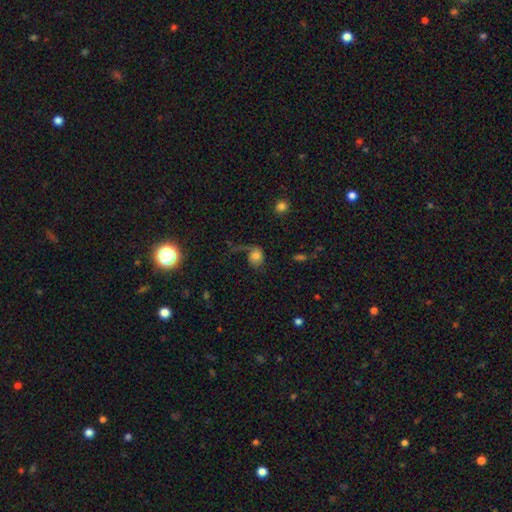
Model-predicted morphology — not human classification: smooth-or-featured: smooth: 60% | featured or disk: 29% | star or artifact: 10%
  how-rounded: round: 53% | in between: 45% | cigar-shaped: 2%
  merging: major disturbance: 45% | none: 30% | minor disturbance: 20% | merger: 5%